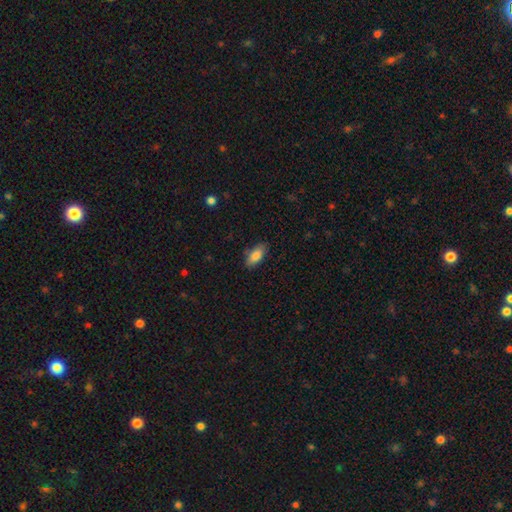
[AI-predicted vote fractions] Smooth or featured: smooth — 83% (featured or disk — 10%)
How rounded: in between — 86% (cigar-shaped — 11%)
Merging: none — 82% (minor disturbance — 14%)